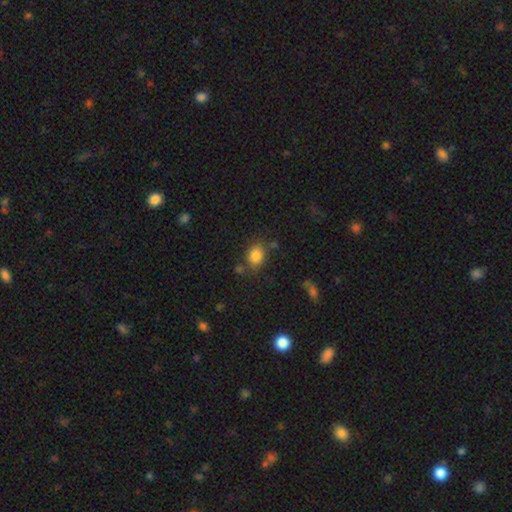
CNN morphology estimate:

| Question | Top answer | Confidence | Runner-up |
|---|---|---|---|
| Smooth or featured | smooth | 84% | star or artifact (10%) |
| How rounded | in between | 58% | round (41%) |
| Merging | none | 71% | minor disturbance (15%) |